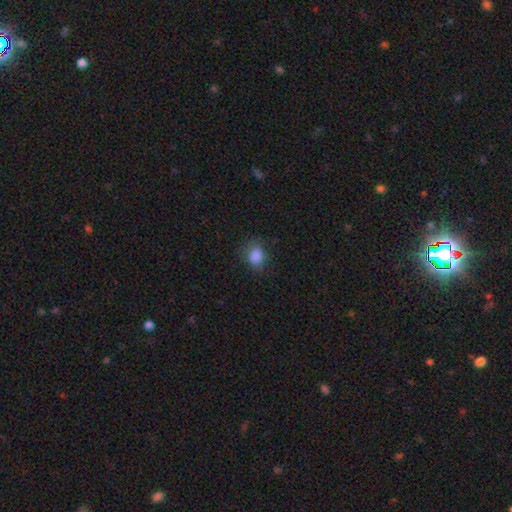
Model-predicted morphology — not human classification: smooth-or-featured: smooth: 85% | star or artifact: 10% | featured or disk: 4%
  how-rounded: round: 50% | in between: 49% | cigar-shaped: 1%
  merging: none: 75% | minor disturbance: 18% | major disturbance: 6% | merger: 1%